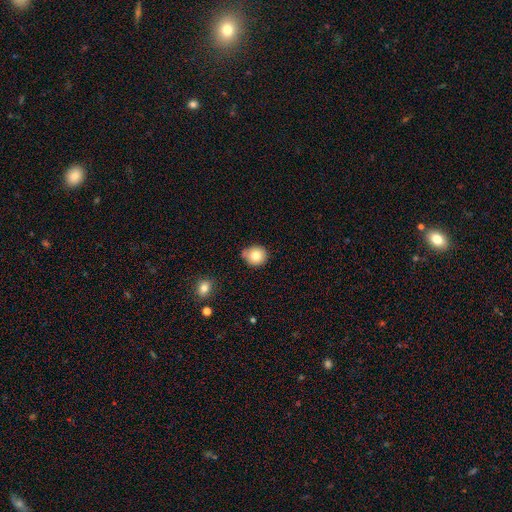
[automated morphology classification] smooth 80%, star or artifact 10%, featured or disk 10%. Down the decision tree: how rounded — round (85%); merging — none (72%).